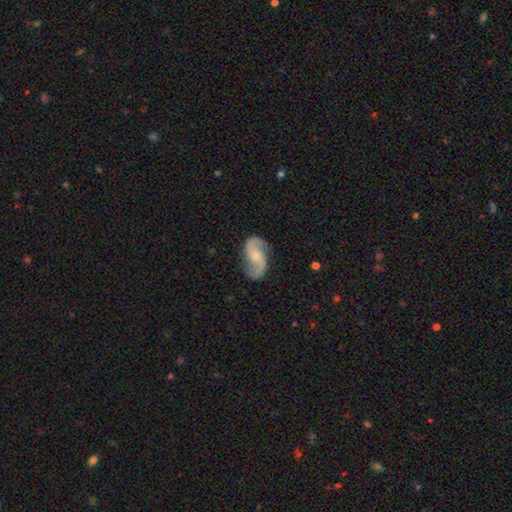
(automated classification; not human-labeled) The model was most divided on "bulge size" (2-way tie): moderate: 44%, small: 44%, none: 8%, large: 4%, dominant: 1%. Remaining: edge-on disk — no (98%); spiral arms — yes (97%); spiral arm count — 2 (93%); smooth or featured — featured or disk (87%); merging — none (79%); bar — no (54%); spiral winding — loose (49%).